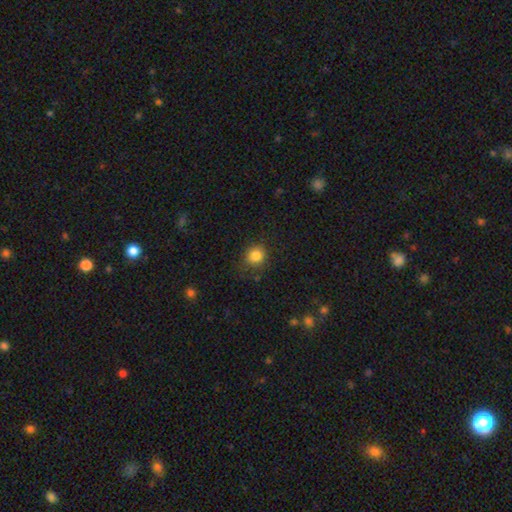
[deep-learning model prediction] Smooth or featured? Predicted: smooth (p=0.84). How rounded? Predicted: round (p=0.85). Merging? Predicted: none (p=0.82).